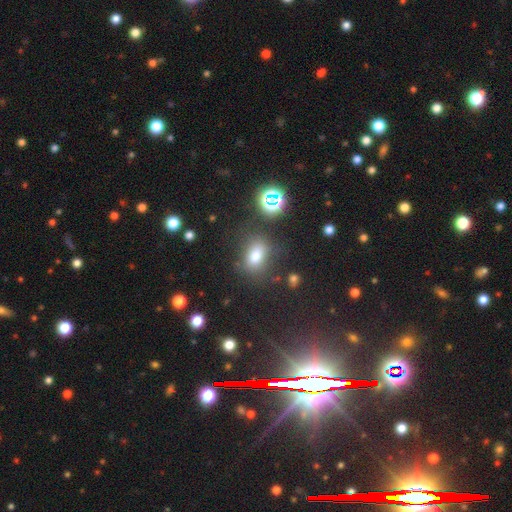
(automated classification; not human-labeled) smooth-or-featured: smooth: 71% | star or artifact: 19% | featured or disk: 10%
  how-rounded: in between: 66% | round: 32% | cigar-shaped: 2%
  merging: none: 71% | minor disturbance: 16% | major disturbance: 8% | merger: 6%